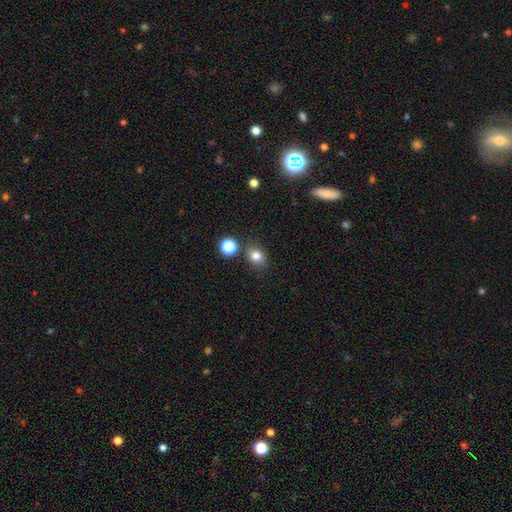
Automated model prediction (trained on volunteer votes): Smooth or featured: smooth — 80% (star or artifact — 13%)
How rounded: round — 55% (in between — 44%)
Merging: none — 78% (minor disturbance — 11%)